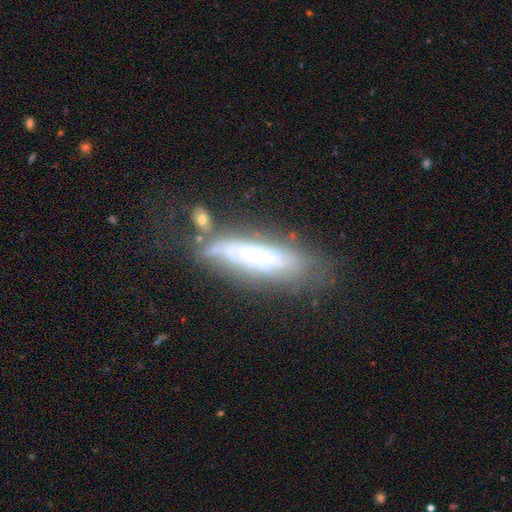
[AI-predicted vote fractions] Morphology: type=featured or disk (73%); edge-on=no (64%); merging=none (54%).